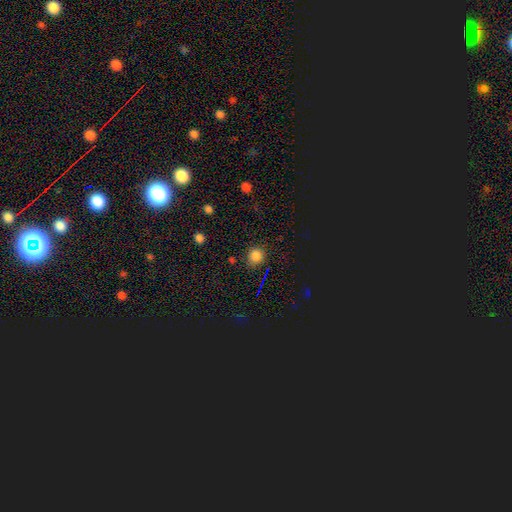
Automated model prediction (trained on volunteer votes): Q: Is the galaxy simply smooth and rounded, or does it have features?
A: smooth — 78%.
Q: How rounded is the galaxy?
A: round — 83%.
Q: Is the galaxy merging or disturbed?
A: none — 84%.